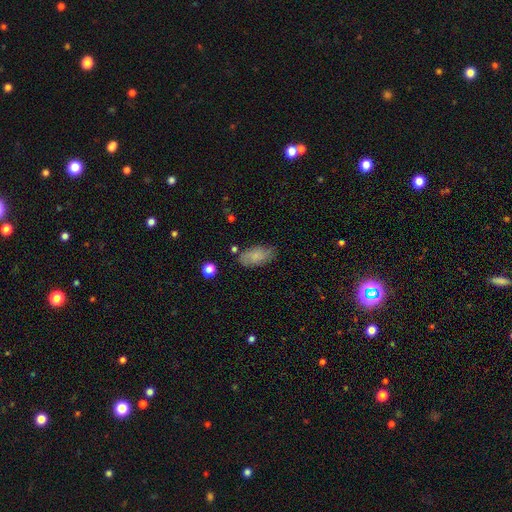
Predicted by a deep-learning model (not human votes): A smooth galaxy with no disk features (73%) that is in between round and cigar-shaped (91%). Merging: none (73%).